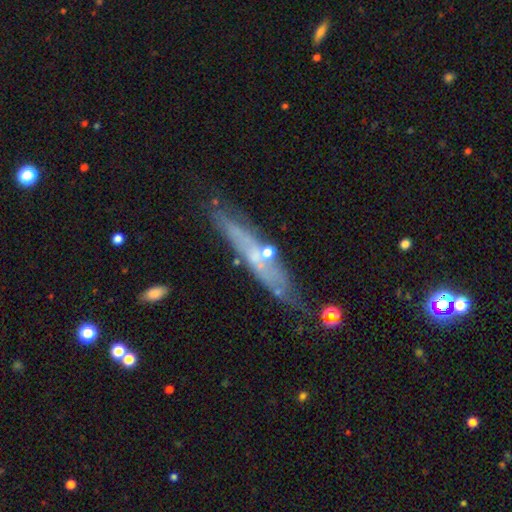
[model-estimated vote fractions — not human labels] Smooth or featured?
  - featured or disk: 58% *
  - smooth: 32%
  - star or artifact: 9%
Edge-on disk?
  - yes: 73% *
  - no: 27%
Merging?
  - none: 74% *
  - minor disturbance: 17%
  - major disturbance: 4%
  - merger: 4%